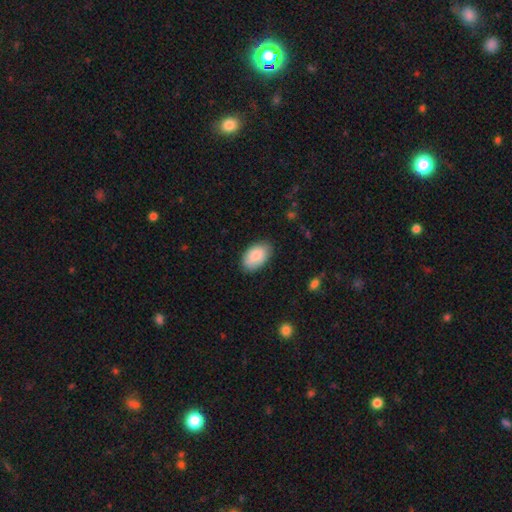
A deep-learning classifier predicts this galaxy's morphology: Smooth or featured: smooth — 84% (featured or disk — 10%)
How rounded: in between — 93% (round — 5%)
Merging: none — 82% (minor disturbance — 14%)